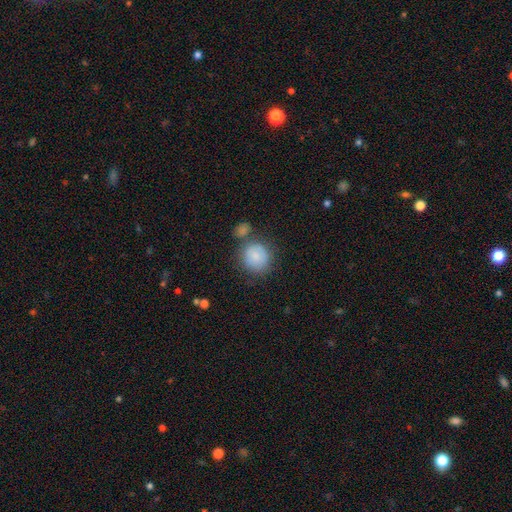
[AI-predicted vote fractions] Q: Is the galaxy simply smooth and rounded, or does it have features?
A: smooth — 83%.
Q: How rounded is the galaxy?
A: round — 87%.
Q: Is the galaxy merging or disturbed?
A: none — 60%.